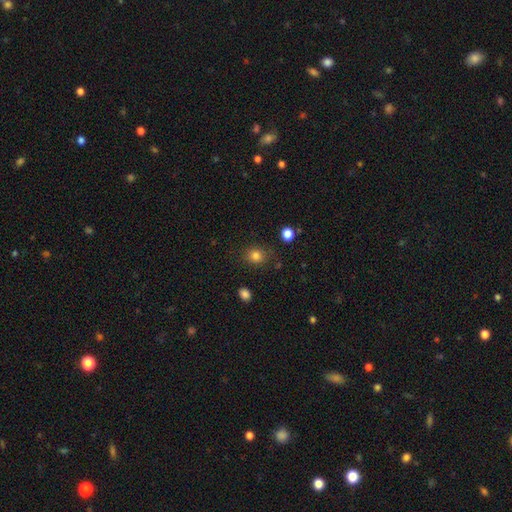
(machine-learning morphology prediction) The model was most divided on "how rounded": round: 72%, in between: 27%, cigar-shaped: 1%. More confident: merging — none (83%); smooth or featured — smooth (82%).